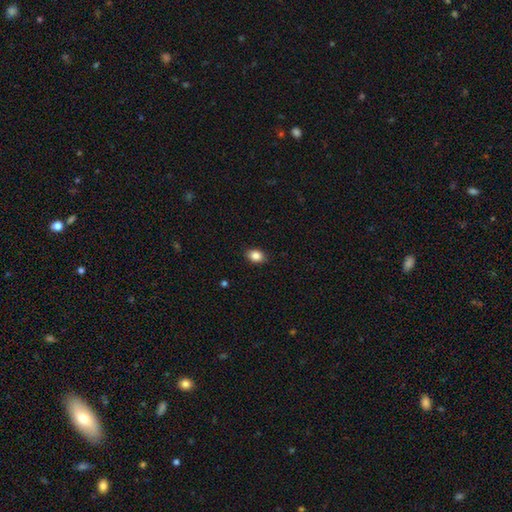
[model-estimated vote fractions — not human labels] This is clearly a smooth galaxy (86%). How rounded: likely in between (79%). Merging: clearly none (88%).